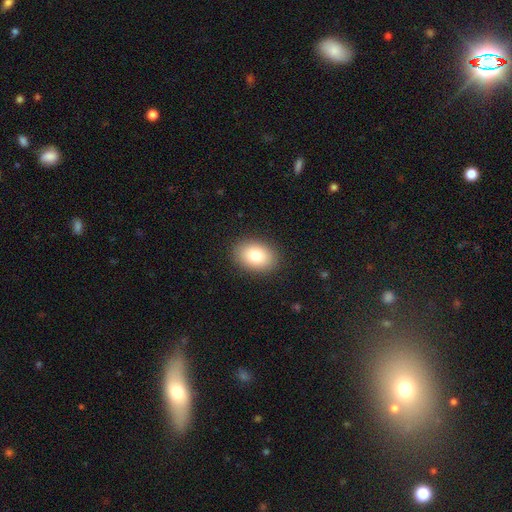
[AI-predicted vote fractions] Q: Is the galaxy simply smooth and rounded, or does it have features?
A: smooth — 81%.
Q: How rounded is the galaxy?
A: in between — 78%.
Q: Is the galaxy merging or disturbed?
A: none — 89%.